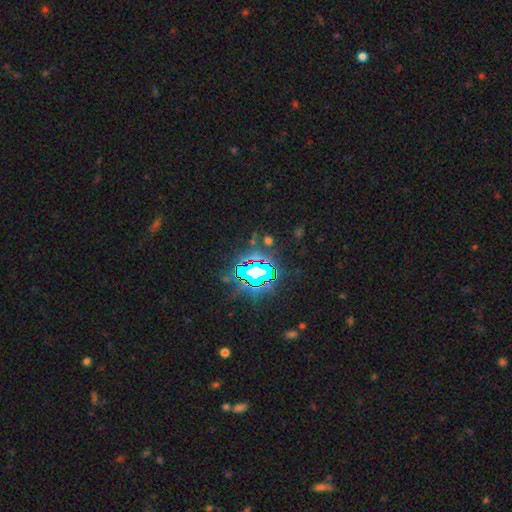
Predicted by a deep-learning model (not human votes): A star or artifact, not a galaxy (84%).

Vote fractions:
- Smooth or featured? star or artifact: 84% / smooth: 9% / featured or disk: 7%